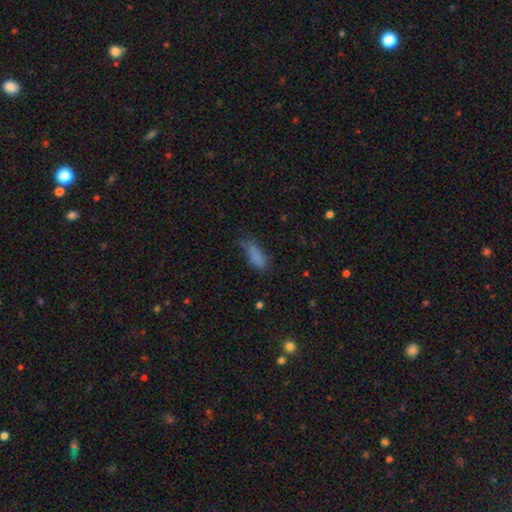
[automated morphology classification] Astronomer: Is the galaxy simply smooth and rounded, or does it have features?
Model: smooth — 76%.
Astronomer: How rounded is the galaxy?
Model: in between — 67%.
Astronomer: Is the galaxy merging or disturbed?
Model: none — 42% (runner-up: minor disturbance, 33%).